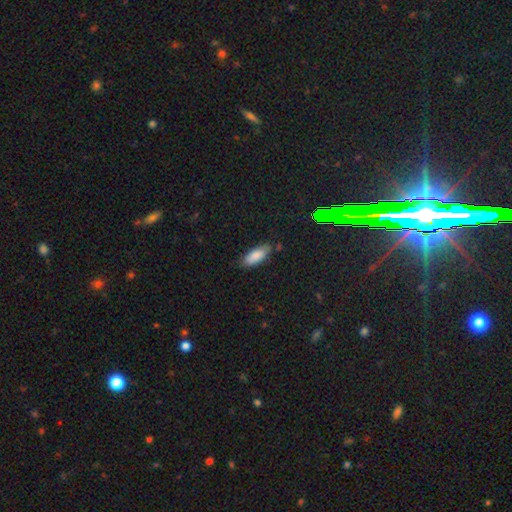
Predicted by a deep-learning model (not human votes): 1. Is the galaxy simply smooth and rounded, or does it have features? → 84% smooth, 8% featured or disk, 7% star or artifact.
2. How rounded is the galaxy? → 74% in between, 24% cigar-shaped, 2% round.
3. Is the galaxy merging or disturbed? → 80% none, 15% minor disturbance, 3% major disturbance, 2% merger.